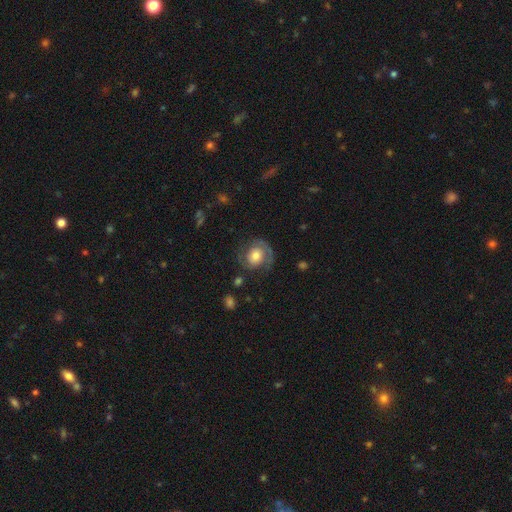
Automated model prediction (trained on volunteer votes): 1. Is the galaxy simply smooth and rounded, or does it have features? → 60% featured or disk, 32% smooth, 7% star or artifact.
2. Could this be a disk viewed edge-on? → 97% no, 3% yes.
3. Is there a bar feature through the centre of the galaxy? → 72% no, 23% weak, 5% strong.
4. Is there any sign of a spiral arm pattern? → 85% yes, 15% no.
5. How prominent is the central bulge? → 50% moderate, 29% large, 15% small, 4% dominant, 2% none.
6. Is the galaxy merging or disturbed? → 67% none, 18% minor disturbance, 14% major disturbance, 2% merger.